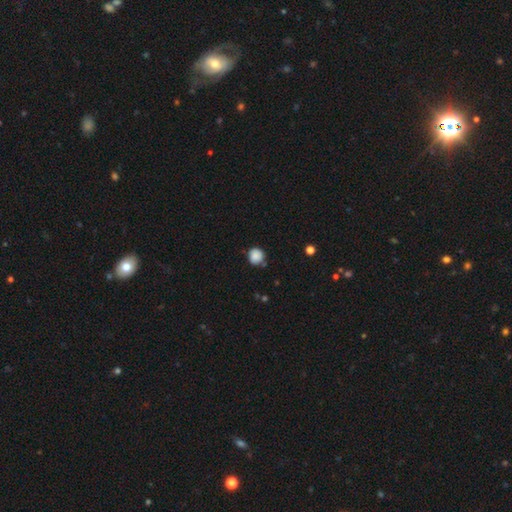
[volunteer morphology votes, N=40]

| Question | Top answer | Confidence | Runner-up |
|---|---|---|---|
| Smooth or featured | smooth | 90% | featured or disk (5%) |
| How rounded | round | 94% | in between (6%) |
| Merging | none | 71% | minor disturbance (18%) |